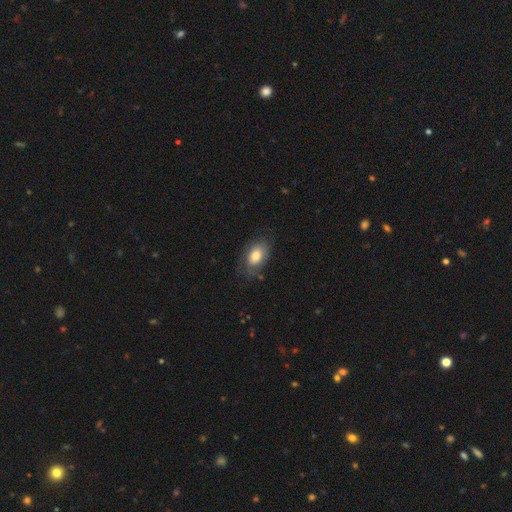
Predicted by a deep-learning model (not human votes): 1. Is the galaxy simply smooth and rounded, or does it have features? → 66% smooth, 27% featured or disk, 7% star or artifact.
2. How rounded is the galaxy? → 89% in between, 9% round, 2% cigar-shaped.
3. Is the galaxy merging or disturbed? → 67% none, 23% minor disturbance, 9% major disturbance, 1% merger.